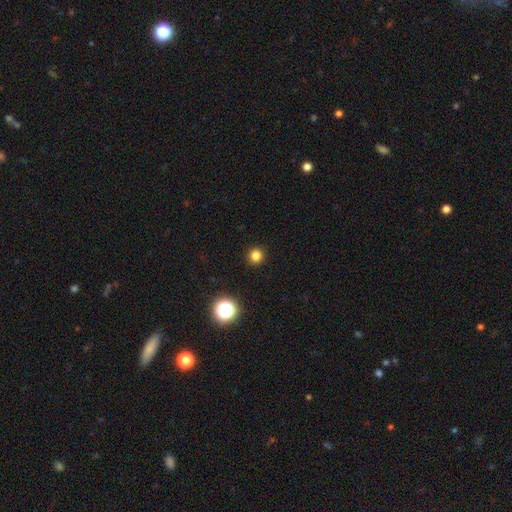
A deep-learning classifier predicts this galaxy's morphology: Q: Smooth or featured?
A: smooth (81%); runner-up: star or artifact (15%)
Q: How rounded?
A: round (89%); runner-up: in between (10%)
Q: Merging?
A: none (92%); runner-up: minor disturbance (5%)